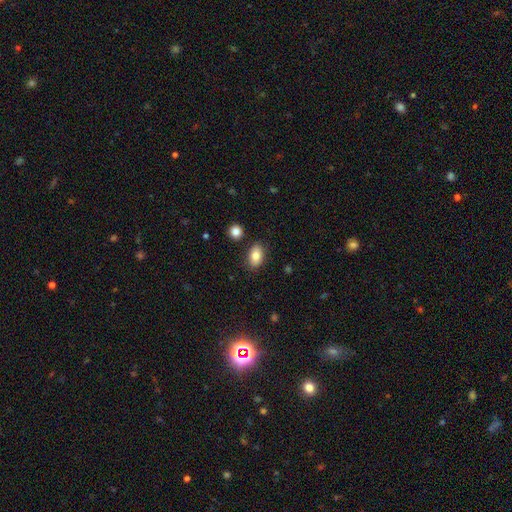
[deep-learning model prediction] This appears to be a smooth galaxy with no disk features (82%) that is in between round and cigar-shaped (88%). Merging: none (84%).